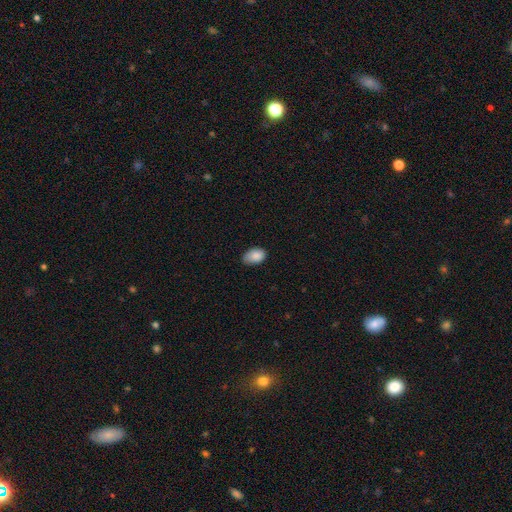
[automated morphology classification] Q: Smooth or featured?
A: smooth (87%); runner-up: star or artifact (7%)
Q: How rounded?
A: in between (88%); runner-up: round (11%)
Q: Merging?
A: none (63%); runner-up: minor disturbance (31%)